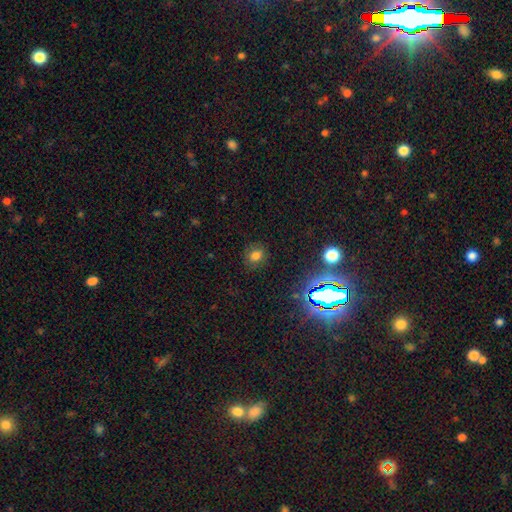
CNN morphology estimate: Smooth or featured: smooth — 71% (star or artifact — 21%)
How rounded: round — 63% (in between — 35%)
Merging: none — 85% (minor disturbance — 11%)